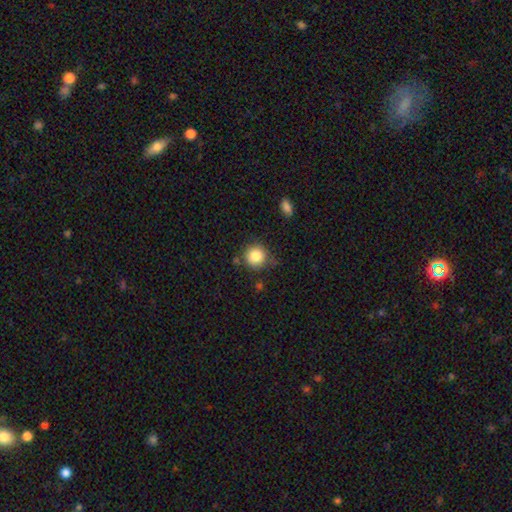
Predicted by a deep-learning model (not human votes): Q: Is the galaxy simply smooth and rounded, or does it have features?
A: smooth — 84%.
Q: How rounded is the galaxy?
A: round — 92%.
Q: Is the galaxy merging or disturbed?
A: none — 74%.